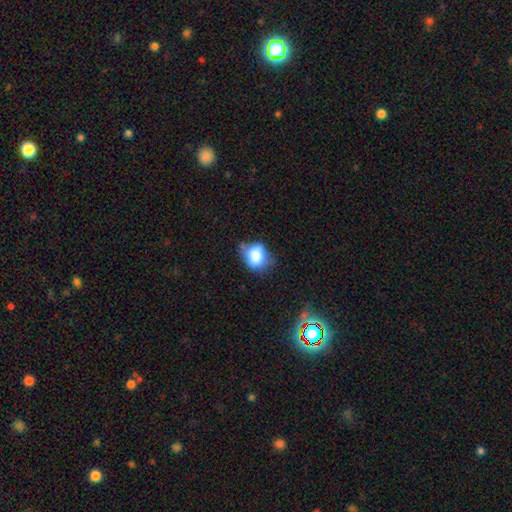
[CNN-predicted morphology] smooth 82%, star or artifact 9%, featured or disk 9%. Down the decision tree: how rounded — round (54%); merging — none (47%).